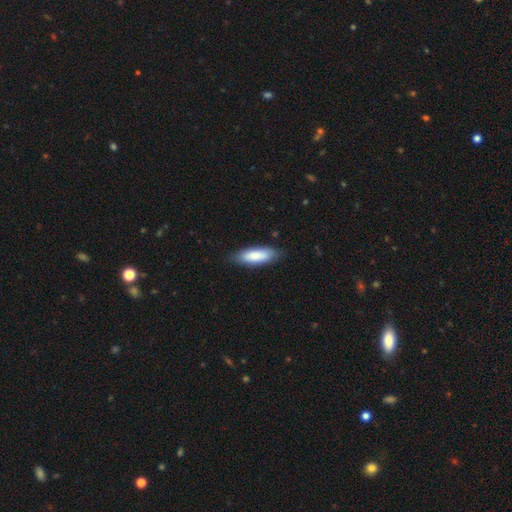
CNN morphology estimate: A smooth galaxy with no disk features (82%) that is in between round and cigar-shaped (63%). Merging: none (80%).